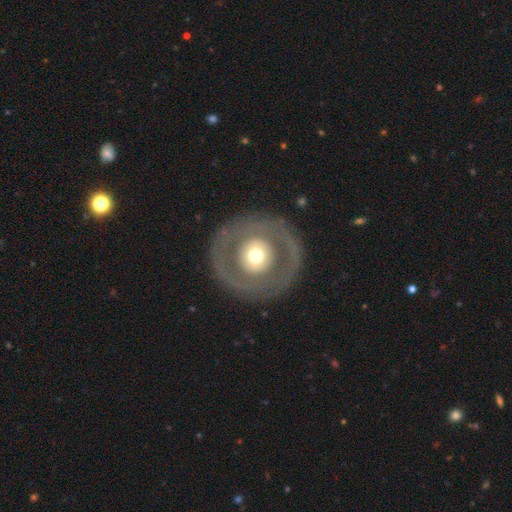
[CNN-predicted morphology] type=featured or disk (52%); edge-on=no (94%); merging=none (84%).